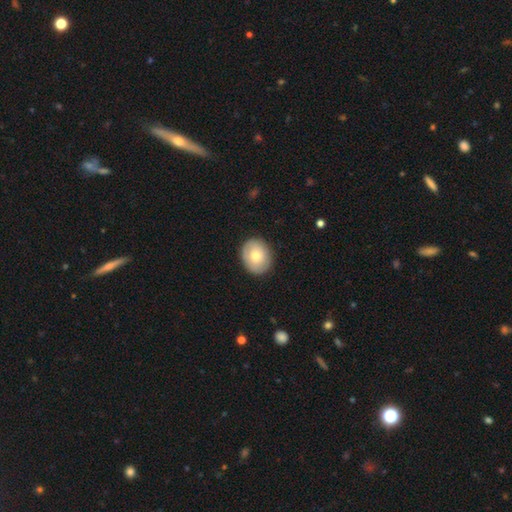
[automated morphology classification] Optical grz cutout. It shows a smooth galaxy with no disk features (69%) that is round (61%). Merging: none (86%).